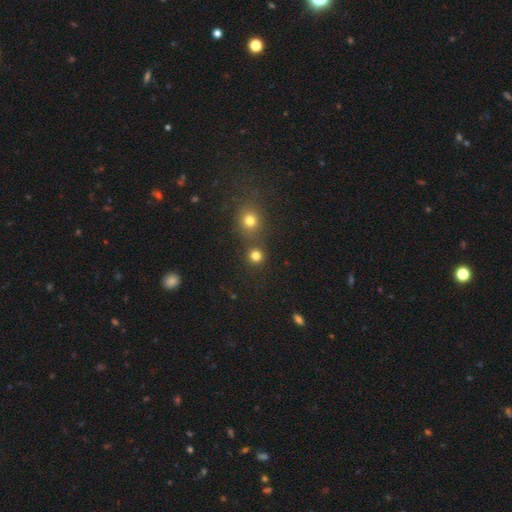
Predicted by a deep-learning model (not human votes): smooth_or_featured: smooth (p=0.77) [alt: star or artifact p=0.18]
how_rounded: round (p=0.92) [alt: in between p=0.07]
merging: none (p=0.73) [alt: merger p=0.18]